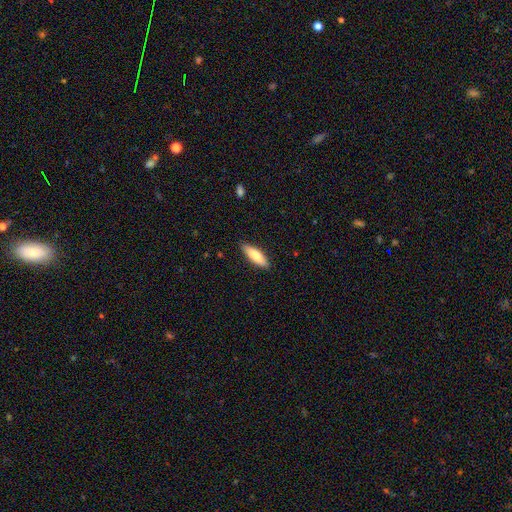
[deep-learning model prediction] This is likely a smooth galaxy (79%). How rounded: possibly cigar-shaped (51%). Merging: clearly none (87%).